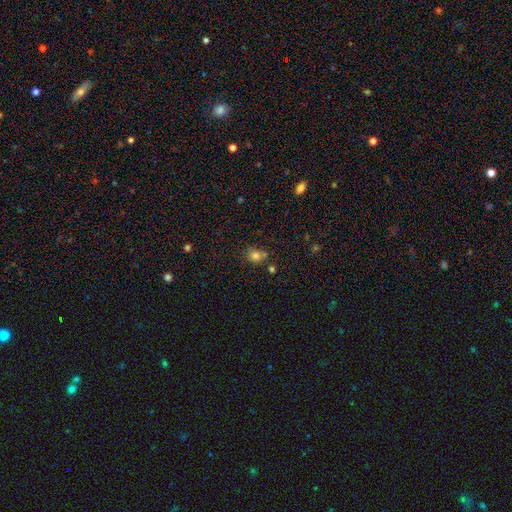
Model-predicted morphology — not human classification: Smooth or featured?
  - smooth: 77% *
  - star or artifact: 15%
  - featured or disk: 8%
How rounded?
  - round: 71% *
  - in between: 28%
  - cigar-shaped: 1%
Merging?
  - none: 58% *
  - merger: 19%
  - minor disturbance: 17%
  - major disturbance: 6%